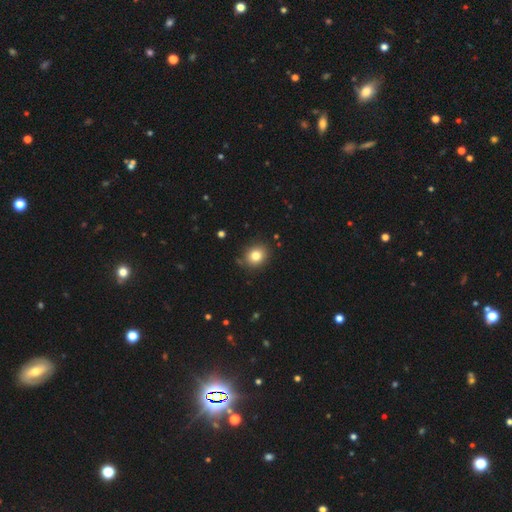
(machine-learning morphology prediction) Smooth or featured? Predicted: smooth (p=0.82). How rounded? Predicted: round (p=0.69). Merging? Predicted: none (p=0.85).